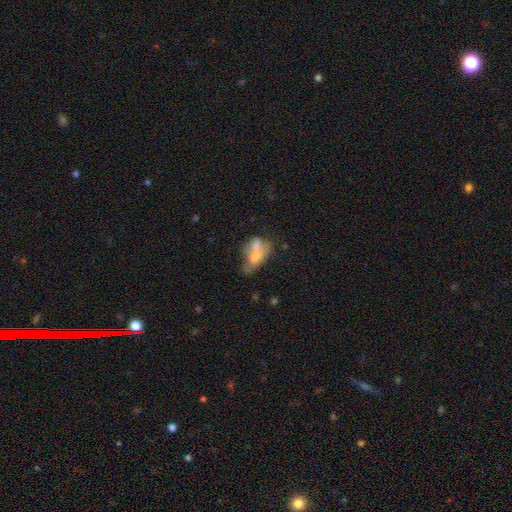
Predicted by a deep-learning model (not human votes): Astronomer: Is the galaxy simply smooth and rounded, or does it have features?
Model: smooth — 51% (runner-up: featured or disk, 39%).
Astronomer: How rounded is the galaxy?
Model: in between — 81%.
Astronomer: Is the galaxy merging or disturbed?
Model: merger — 51%.